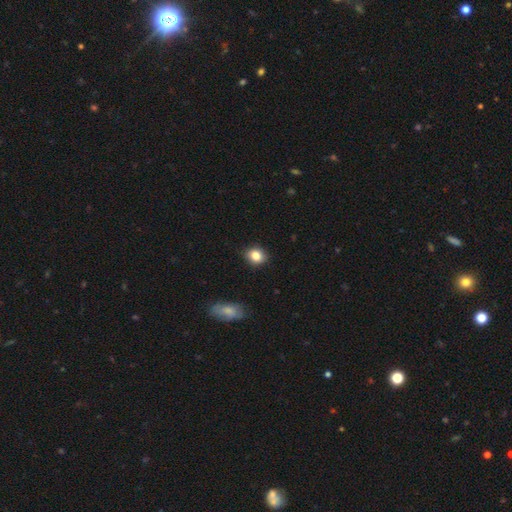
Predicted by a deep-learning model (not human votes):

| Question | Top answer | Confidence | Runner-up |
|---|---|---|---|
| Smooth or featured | smooth | 83% | star or artifact (10%) |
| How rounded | round | 61% | in between (38%) |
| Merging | none | 86% | minor disturbance (11%) |